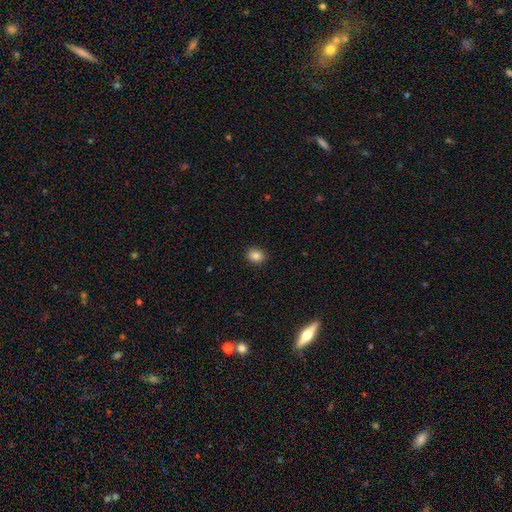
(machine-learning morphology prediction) type=smooth (85%); roundness=round (55%); merging=none (91%).